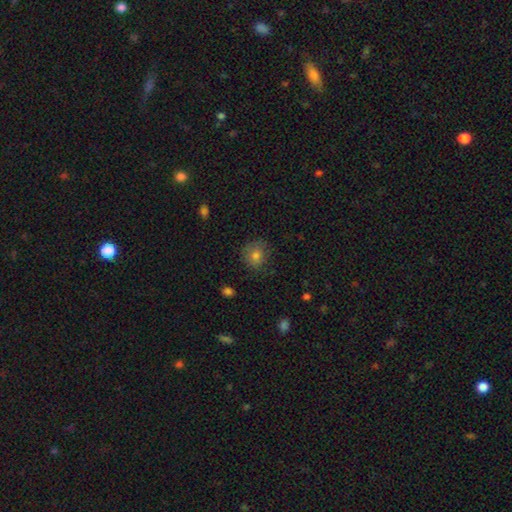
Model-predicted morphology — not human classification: smooth 76%, star or artifact 13%, featured or disk 11%. Down the decision tree: how rounded — round (83%); merging — none (78%).